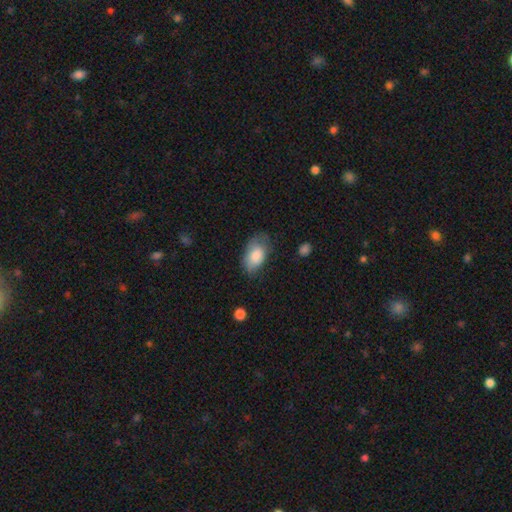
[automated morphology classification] Smooth or featured?
  - smooth: 81% *
  - featured or disk: 13%
  - star or artifact: 7%
How rounded?
  - in between: 93% *
  - round: 6%
  - cigar-shaped: 2%
Merging?
  - none: 56% *
  - minor disturbance: 31%
  - major disturbance: 11%
  - merger: 2%